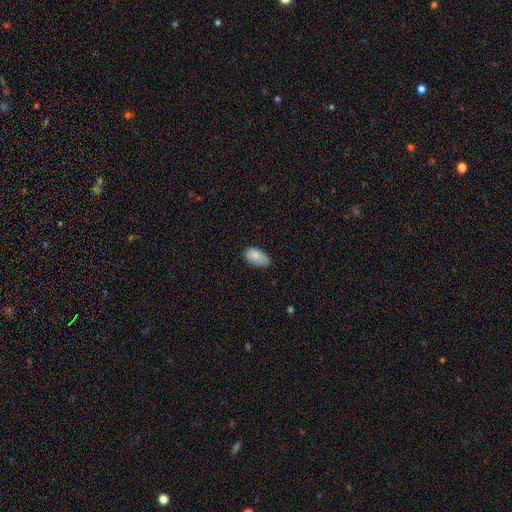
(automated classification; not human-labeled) Smooth or featured: smooth — 83% (featured or disk — 9%)
How rounded: in between — 94% (round — 4%)
Merging: none — 65% (minor disturbance — 29%)